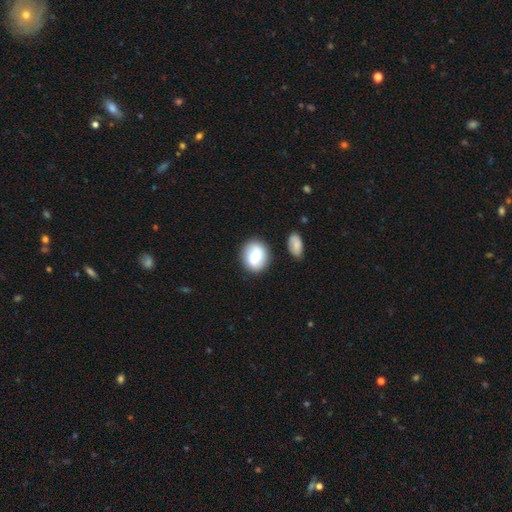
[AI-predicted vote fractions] A smooth galaxy with no disk features (65%) that is round (57%). Merging: none (75%).